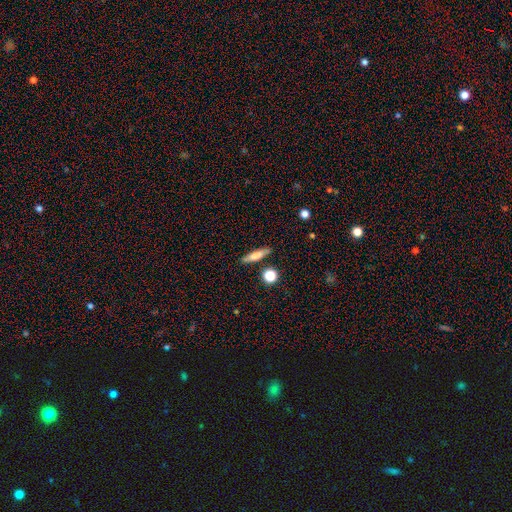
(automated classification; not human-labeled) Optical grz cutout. It shows a smooth galaxy with no disk features (69%) that is cigar-shaped (79%). Merging: none (83%).